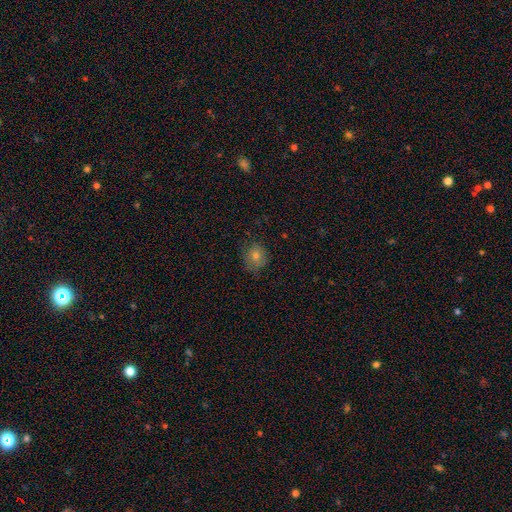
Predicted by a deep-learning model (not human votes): Smooth or featured?
  - smooth: 71% *
  - featured or disk: 15%
  - star or artifact: 14%
How rounded?
  - round: 83% *
  - in between: 16%
  - cigar-shaped: 1%
Merging?
  - none: 77% *
  - minor disturbance: 17%
  - major disturbance: 4%
  - merger: 1%